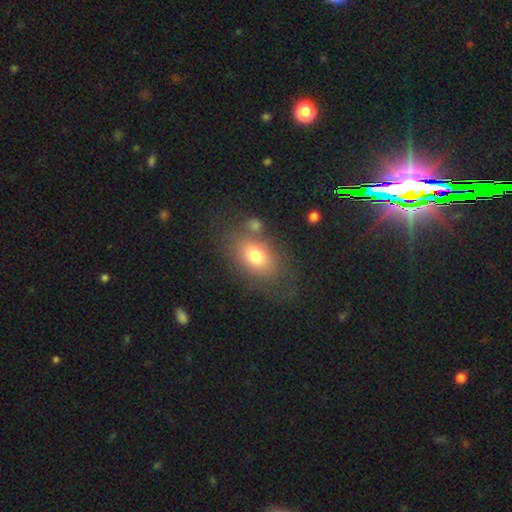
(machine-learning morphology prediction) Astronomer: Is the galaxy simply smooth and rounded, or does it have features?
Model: smooth — 72%.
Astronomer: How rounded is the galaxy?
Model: in between — 80%.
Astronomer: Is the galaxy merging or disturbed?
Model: none — 61%.